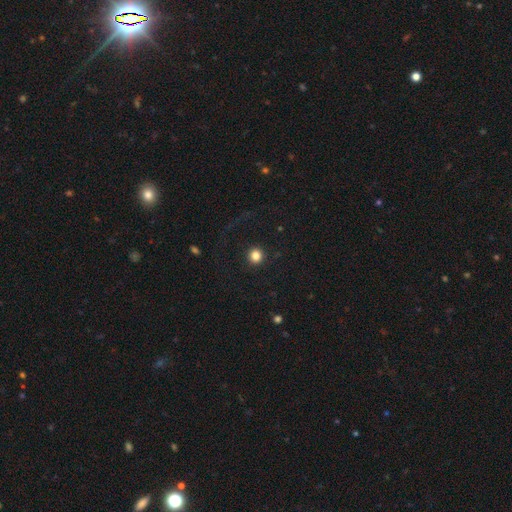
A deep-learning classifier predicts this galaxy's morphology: Overall: smooth (84%). How rounded: round (95%). Merging: none (92%).